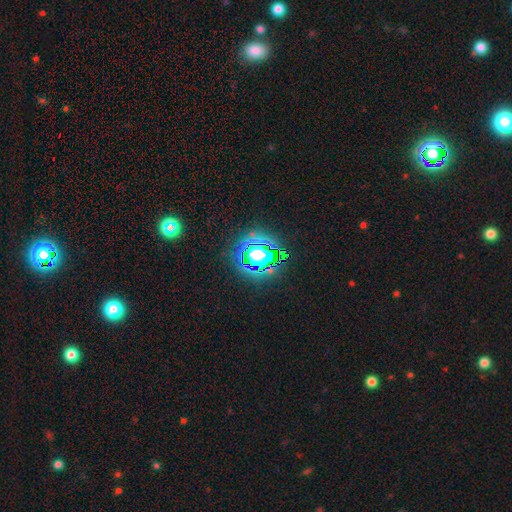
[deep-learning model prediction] Morphology: type=star or artifact (58%).